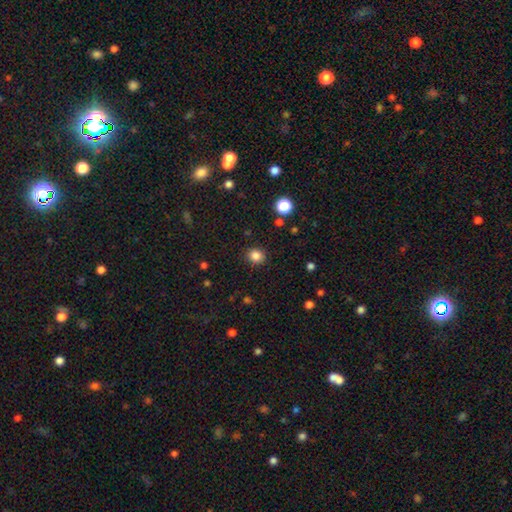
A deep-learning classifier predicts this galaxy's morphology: Smooth or featured?
  - smooth: 84% *
  - star or artifact: 12%
  - featured or disk: 4%
How rounded?
  - round: 81% *
  - in between: 18%
  - cigar-shaped: 1%
Merging?
  - none: 88% *
  - minor disturbance: 8%
  - major disturbance: 3%
  - merger: 1%